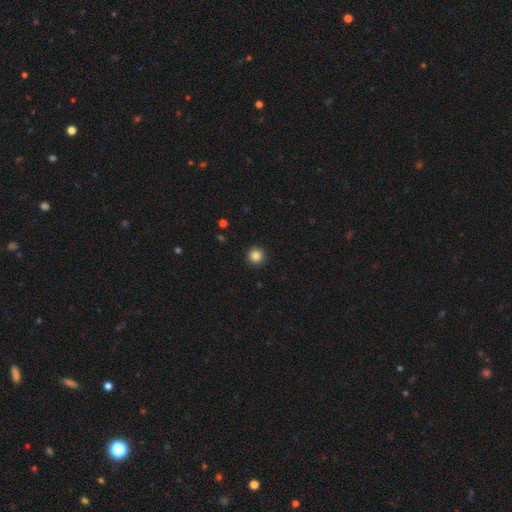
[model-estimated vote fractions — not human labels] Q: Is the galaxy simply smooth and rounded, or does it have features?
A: smooth — 85%.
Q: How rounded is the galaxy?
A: round — 96%.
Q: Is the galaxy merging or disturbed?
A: none — 93%.